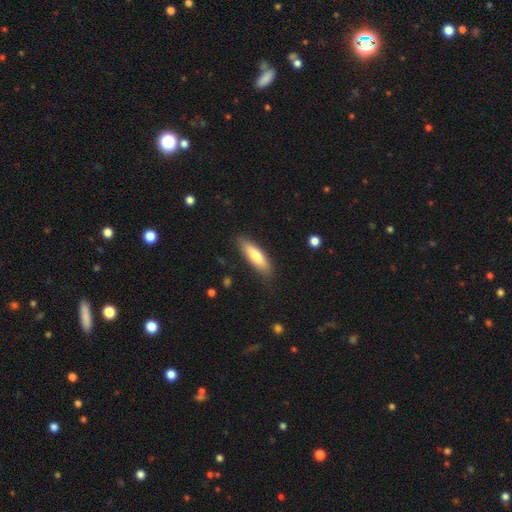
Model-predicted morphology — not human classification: This is likely a smooth galaxy (75%). How rounded: possibly cigar-shaped (55%). Merging: clearly none (84%).